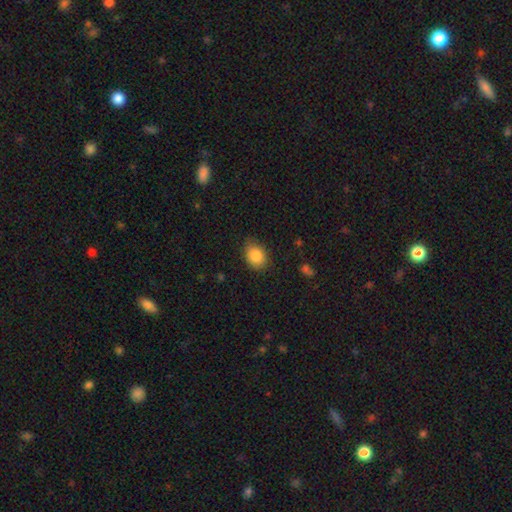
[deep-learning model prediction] smooth-or-featured: smooth: 86% | star or artifact: 8% | featured or disk: 6%
  how-rounded: in between: 61% | round: 38% | cigar-shaped: 1%
  merging: none: 77% | minor disturbance: 19% | major disturbance: 3% | merger: 1%